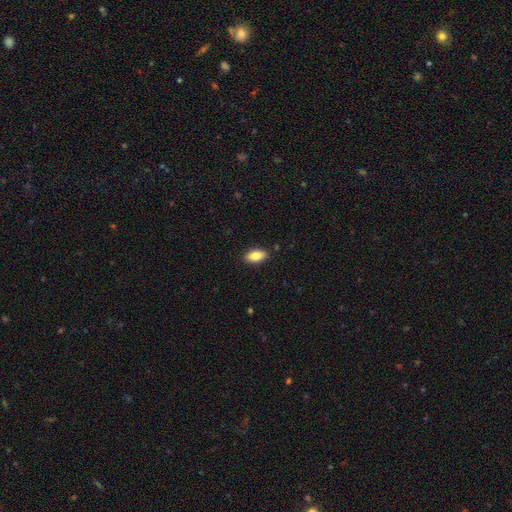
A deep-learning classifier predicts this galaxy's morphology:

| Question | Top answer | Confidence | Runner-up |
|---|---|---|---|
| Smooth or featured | smooth | 81% | featured or disk (12%) |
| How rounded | in between | 90% | cigar-shaped (6%) |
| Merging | none | 88% | minor disturbance (9%) |